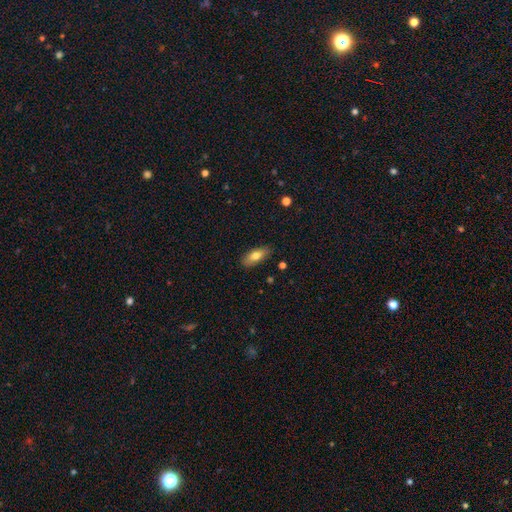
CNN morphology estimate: Smooth or featured: smooth — 73% (featured or disk — 20%)
How rounded: in between — 82% (cigar-shaped — 15%)
Merging: none — 85% (minor disturbance — 12%)